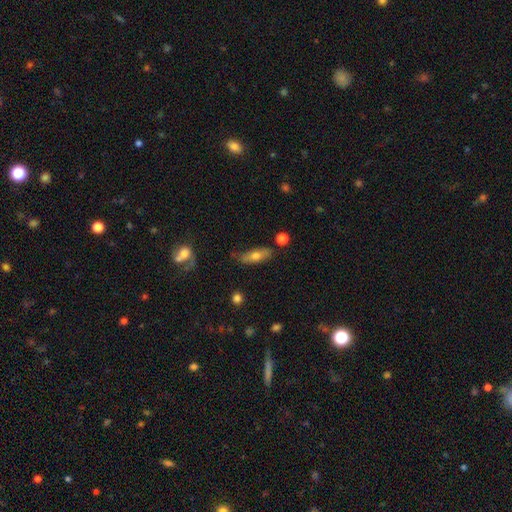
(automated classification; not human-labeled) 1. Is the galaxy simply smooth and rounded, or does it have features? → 64% smooth, 29% featured or disk, 7% star or artifact.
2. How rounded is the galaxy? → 61% in between, 36% cigar-shaped, 4% round.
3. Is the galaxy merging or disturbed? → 74% none, 18% minor disturbance, 4% major disturbance, 4% merger.